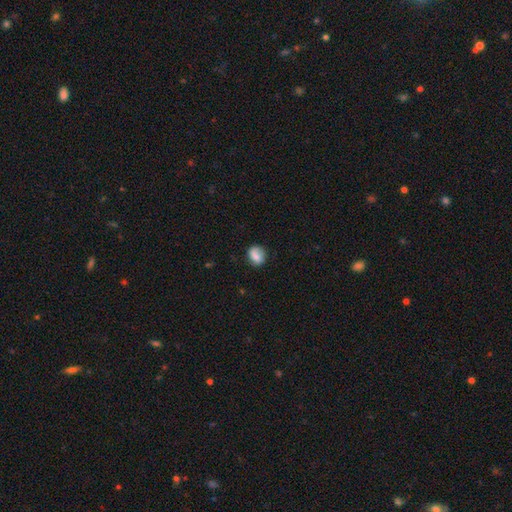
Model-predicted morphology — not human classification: Q: Smooth or featured?
A: smooth (76%); runner-up: featured or disk (15%)
Q: How rounded?
A: round (63%); runner-up: in between (35%)
Q: Merging?
A: none (71%); runner-up: minor disturbance (20%)